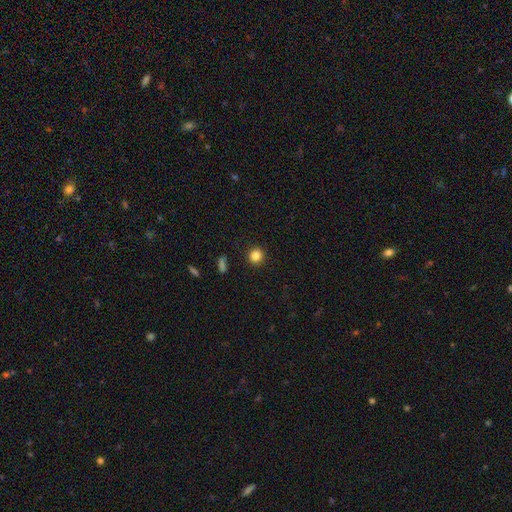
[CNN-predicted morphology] Smooth or featured? smooth (84%)
How rounded? round (92%)
Merging? none (91%)